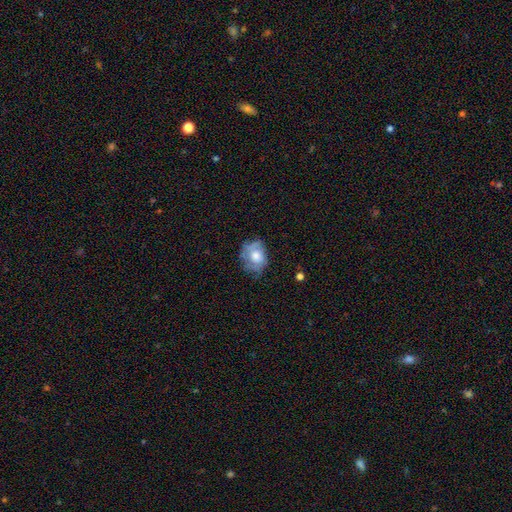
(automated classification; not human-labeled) This appears to be a smooth galaxy with no disk features (55%) that is in between round and cigar-shaped (50%). Merging: none (51%).